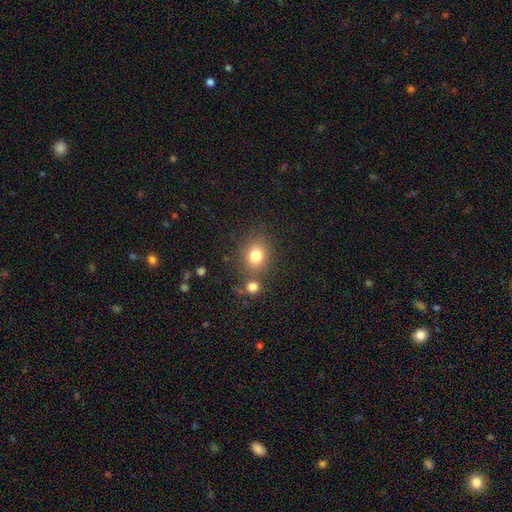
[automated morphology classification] This appears to be a smooth galaxy with no disk features (80%) that is round (64%). Merging: none (69%).